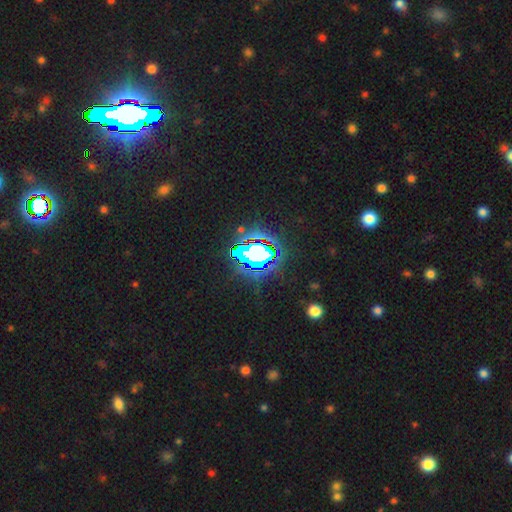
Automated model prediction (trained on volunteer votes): A star or artifact, not a galaxy (70%).